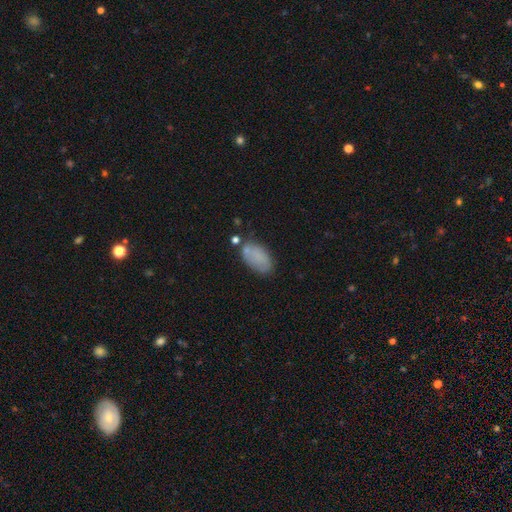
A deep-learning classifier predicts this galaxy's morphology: Smooth or featured? Predicted: smooth (p=0.77). How rounded? Predicted: in between (p=0.93). Merging? Predicted: none (p=0.61).